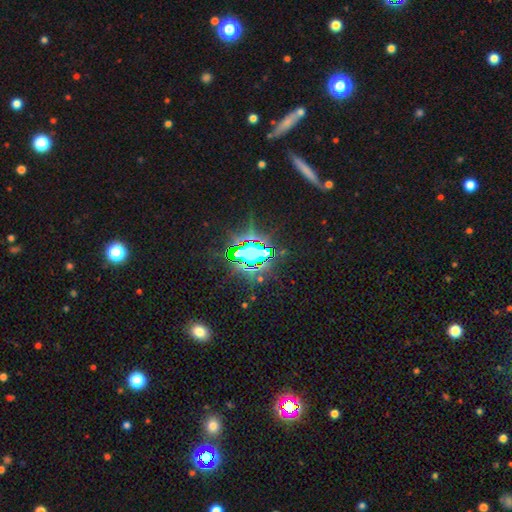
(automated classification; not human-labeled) Morphology: type=star or artifact (79%).